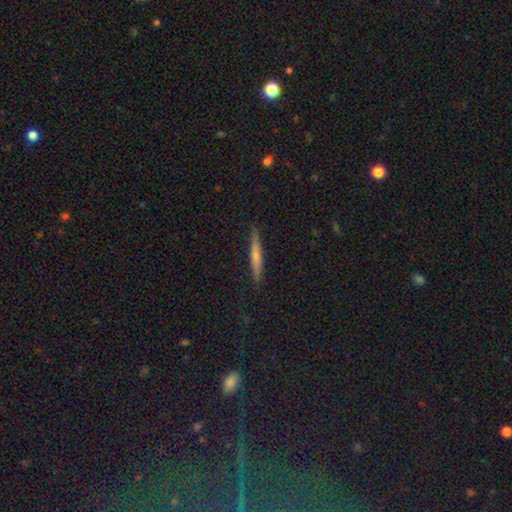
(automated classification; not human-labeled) A smooth galaxy with no disk features (48%). Merging: none (90%).